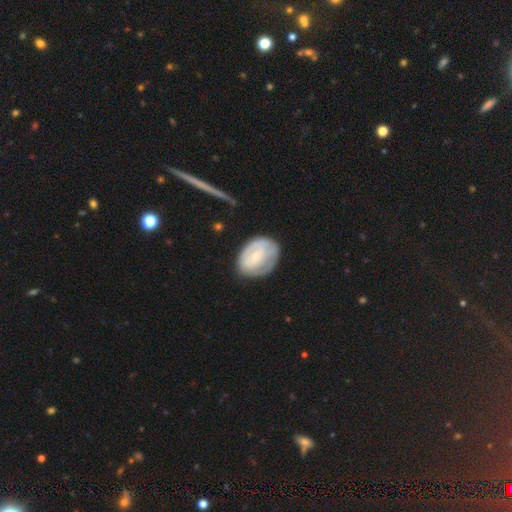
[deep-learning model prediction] Q: Smooth or featured?
A: featured or disk (49%); runner-up: smooth (45%)
Q: Merging?
A: none (60%); runner-up: minor disturbance (26%)